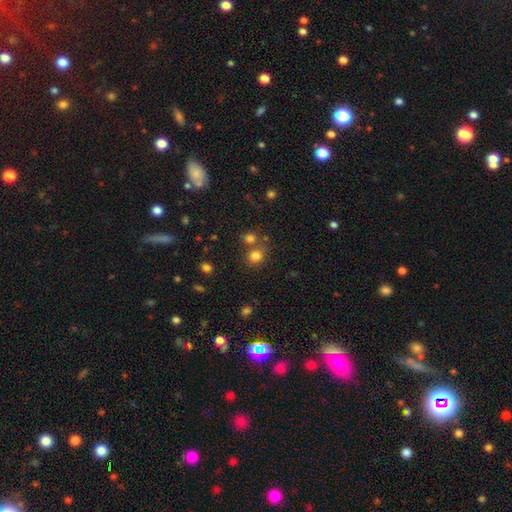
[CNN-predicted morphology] This is likely a smooth galaxy (79%). How rounded: likely round (71%). Merging: likely none (60%).